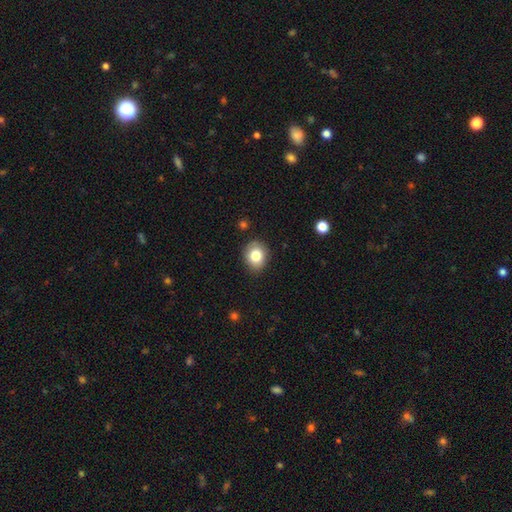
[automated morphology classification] type=smooth (81%); roundness=round (59%); merging=none (85%).